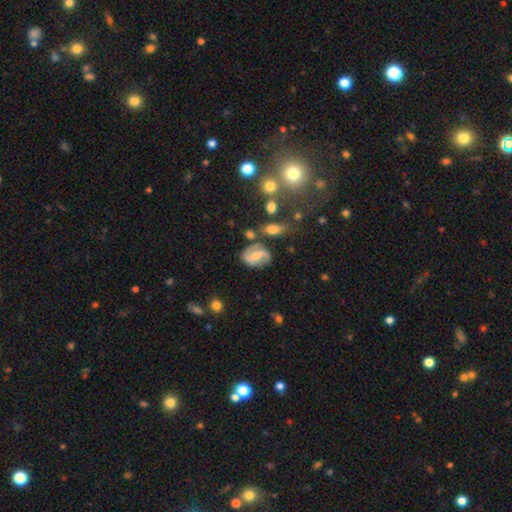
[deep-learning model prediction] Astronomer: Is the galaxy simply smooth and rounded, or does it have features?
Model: featured or disk — 63%.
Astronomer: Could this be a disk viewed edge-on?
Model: no — 96%.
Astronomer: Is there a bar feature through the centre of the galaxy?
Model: weak — 45% (runner-up: no, 30%).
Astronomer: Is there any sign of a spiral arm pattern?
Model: yes — 84%.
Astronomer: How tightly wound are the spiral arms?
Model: medium — 45% (runner-up: loose, 33%).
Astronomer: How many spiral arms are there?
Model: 2 — 83%.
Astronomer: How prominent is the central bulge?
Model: small — 44% (runner-up: moderate, 43%).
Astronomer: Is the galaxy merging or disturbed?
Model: none — 63%.